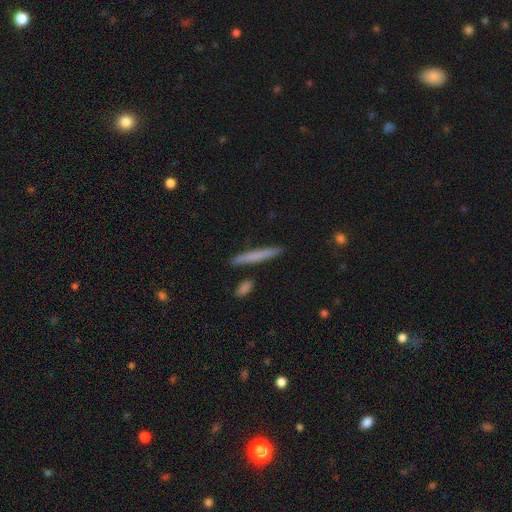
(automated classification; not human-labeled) This is likely a smooth galaxy (68%). How rounded: clearly cigar-shaped (96%). Merging: clearly none (90%).